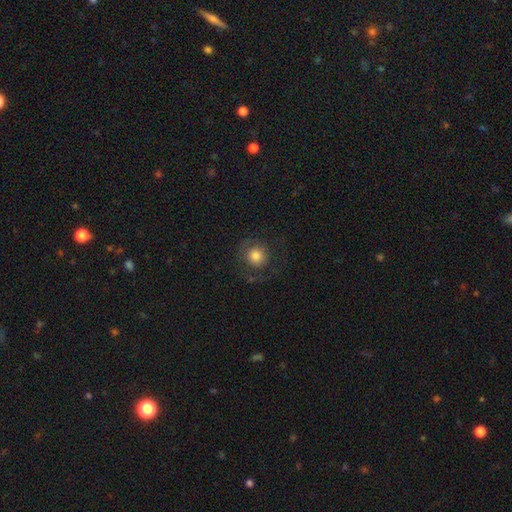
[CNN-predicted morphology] Overall: smooth (71%). How rounded: round (92%). Merging: none (69%).